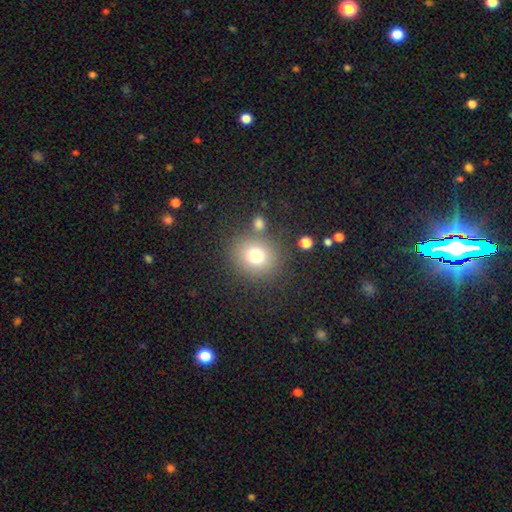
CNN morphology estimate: This appears to be a smooth galaxy with no disk features (75%) that is round (83%). Merging: none (77%).